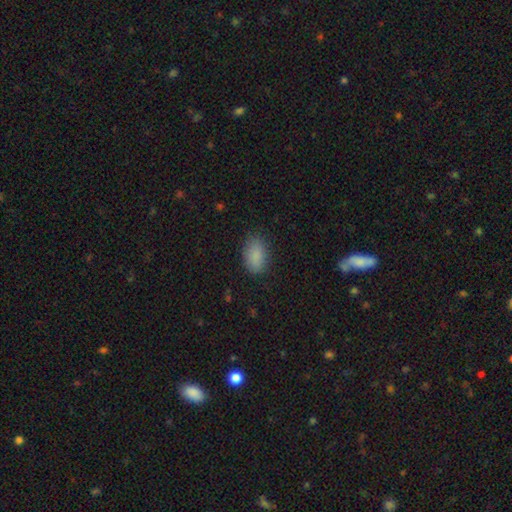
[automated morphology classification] Smooth or featured? Predicted: smooth (p=0.88). How rounded? Predicted: in between (p=0.91). Merging? Predicted: none (p=0.82).